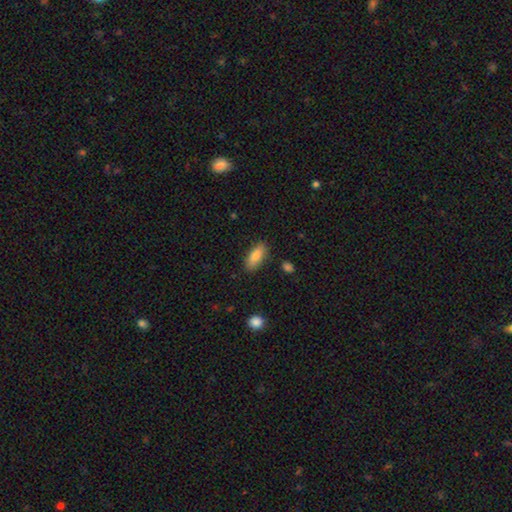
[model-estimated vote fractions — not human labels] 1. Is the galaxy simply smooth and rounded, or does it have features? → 83% smooth, 10% featured or disk, 7% star or artifact.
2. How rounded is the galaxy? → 80% in between, 18% cigar-shaped, 2% round.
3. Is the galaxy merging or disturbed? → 84% none, 11% minor disturbance, 3% major disturbance, 2% merger.